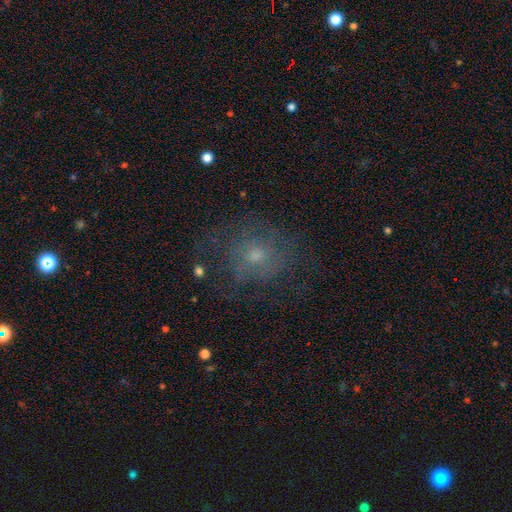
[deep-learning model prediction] A smooth galaxy with no disk features (43%). Merging: none (62%).